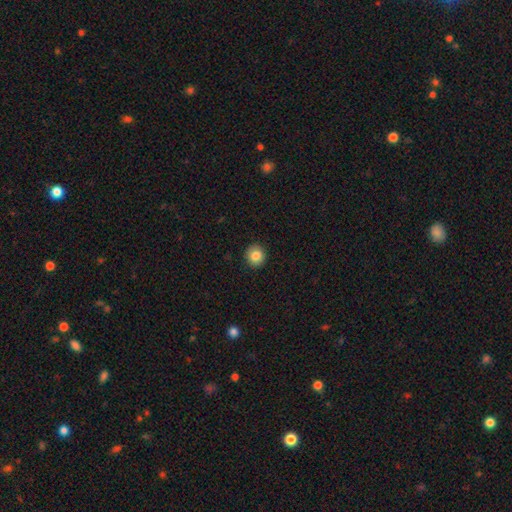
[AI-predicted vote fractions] Smooth or featured? smooth (84%)
How rounded? round (89%)
Merging? none (92%)